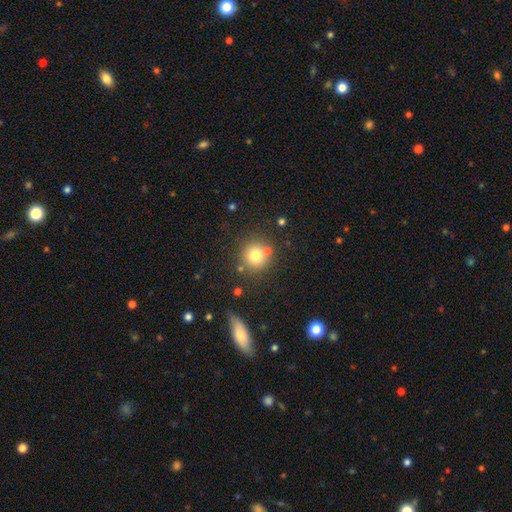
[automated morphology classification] Q: Smooth or featured?
A: smooth (76%); runner-up: star or artifact (13%)
Q: How rounded?
A: round (91%); runner-up: in between (8%)
Q: Merging?
A: none (75%); runner-up: merger (11%)